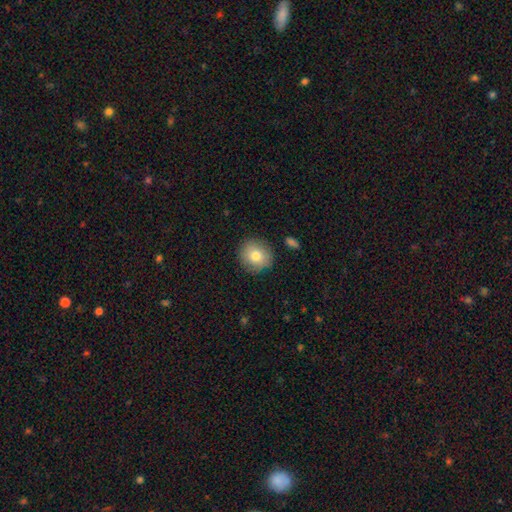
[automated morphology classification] A smooth galaxy with no disk features (79%) that is round (90%). Merging: none (87%).